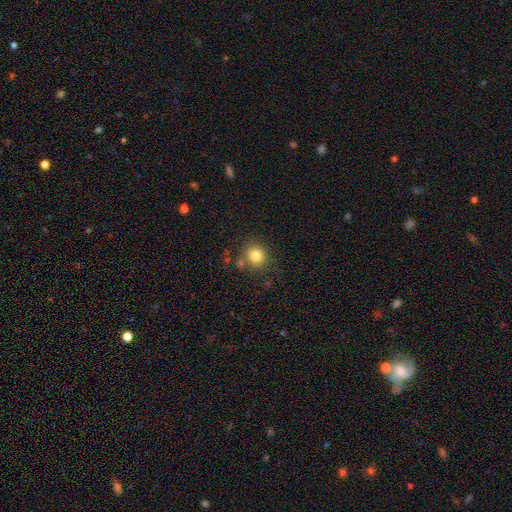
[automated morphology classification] smooth-or-featured: smooth: 81% | star or artifact: 11% | featured or disk: 7%
  how-rounded: round: 90% | in between: 10% | cigar-shaped: 1%
  merging: none: 77% | minor disturbance: 11% | merger: 8% | major disturbance: 4%